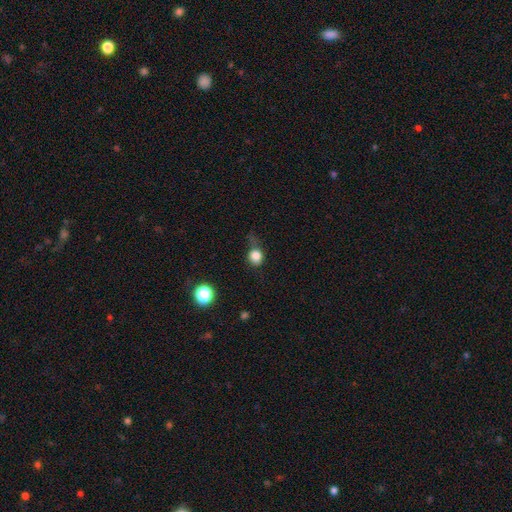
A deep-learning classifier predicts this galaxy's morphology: smooth-or-featured: smooth: 81% | star or artifact: 12% | featured or disk: 7%
  how-rounded: round: 80% | in between: 19% | cigar-shaped: 1%
  merging: none: 46% | minor disturbance: 30% | major disturbance: 19% | merger: 4%